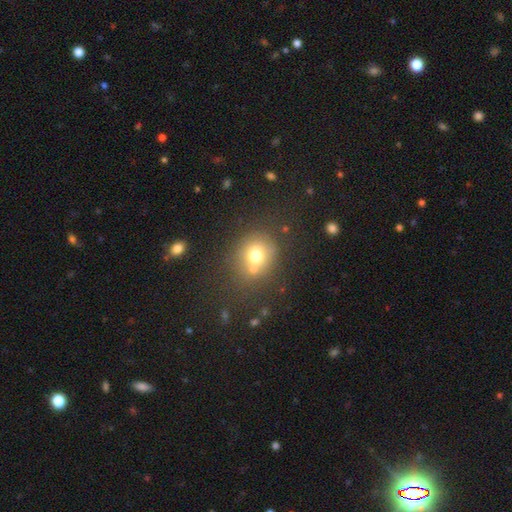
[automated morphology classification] This appears to be a smooth galaxy with no disk features (71%) that is round (78%). Merging: none (61%).